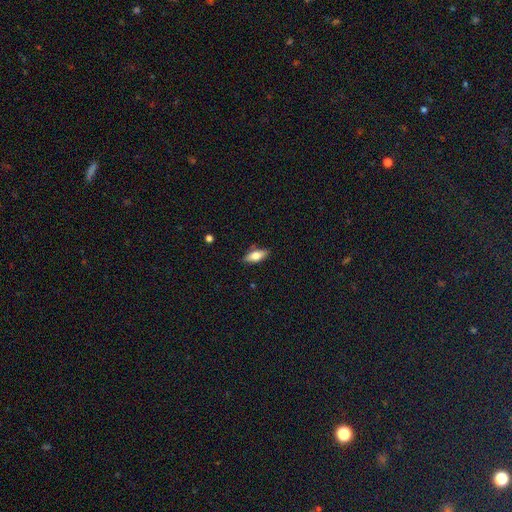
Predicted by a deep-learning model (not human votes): A smooth galaxy with no disk features (65%) that is in between round and cigar-shaped (73%).

Vote fractions:
- Smooth or featured? smooth: 65% / featured or disk: 28% / star or artifact: 7%
- How rounded? in between: 73% / cigar-shaped: 25% / round: 3%
- Merging? none: 84% / minor disturbance: 12% / major disturbance: 2% / merger: 2%